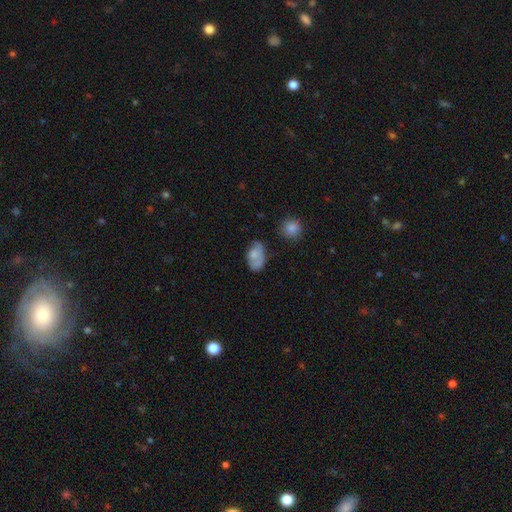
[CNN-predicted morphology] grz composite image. It shows a smooth galaxy with no disk features (70%) that is in between round and cigar-shaped (87%). Merging: none (49%).